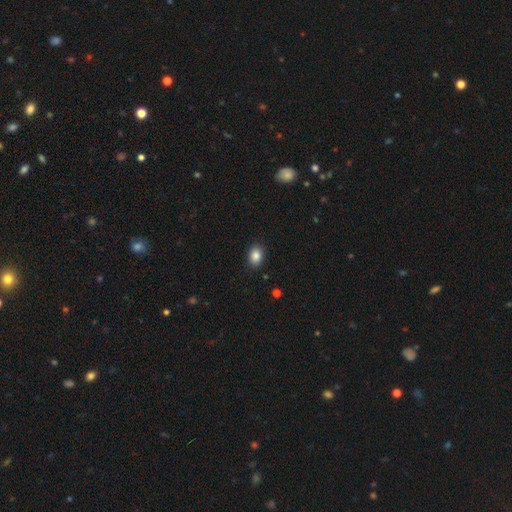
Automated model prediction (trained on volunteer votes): Overall: smooth (86%). How rounded: in between (75%). Merging: none (88%).